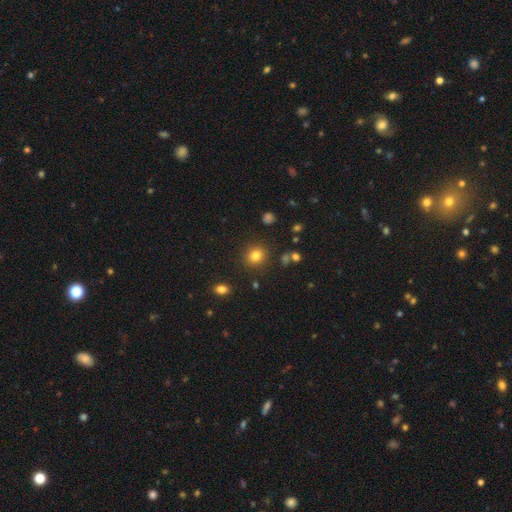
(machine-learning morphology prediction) The model was most divided on "how rounded": round: 83%, in between: 16%, cigar-shaped: 1%. More confident: merging — none (88%); smooth or featured — smooth (80%).